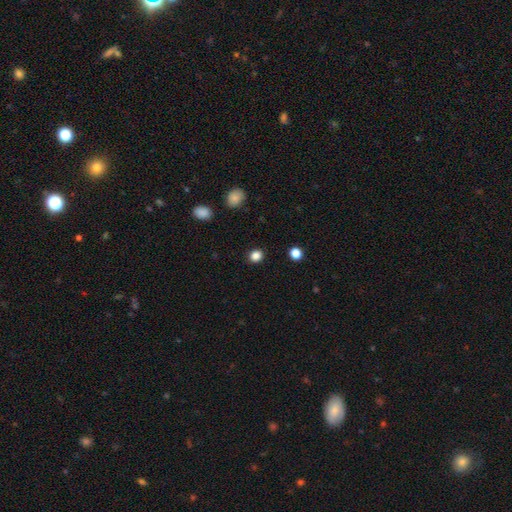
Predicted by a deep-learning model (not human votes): smooth-or-featured: smooth: 85% | star or artifact: 11% | featured or disk: 3%
  how-rounded: round: 75% | in between: 24% | cigar-shaped: 1%
  merging: none: 90% | minor disturbance: 6% | major disturbance: 2% | merger: 1%